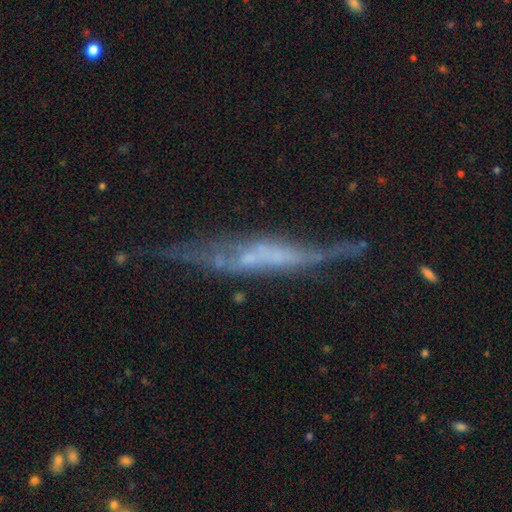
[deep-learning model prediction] smooth-or-featured: featured or disk: 68% | smooth: 21% | star or artifact: 10%
  disk-edge-on: yes: 75% | no: 25%
    edge-on-bulge: none: 44% | boxy: 31% | rounded: 25%
  merging: none: 45% | minor disturbance: 25% | major disturbance: 22% | merger: 9%